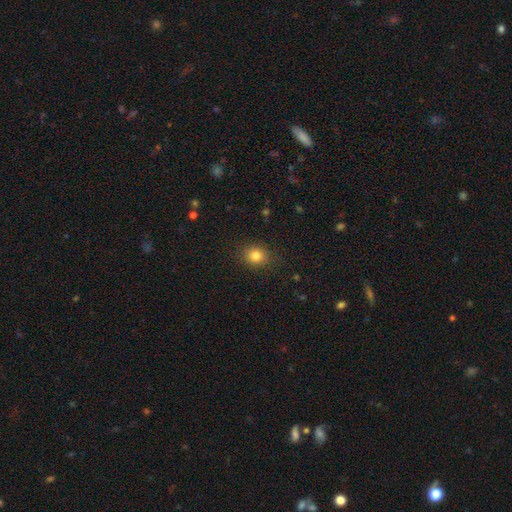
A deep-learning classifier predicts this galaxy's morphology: This is clearly a smooth galaxy (81%). How rounded: likely round (72%). Merging: clearly none (86%).